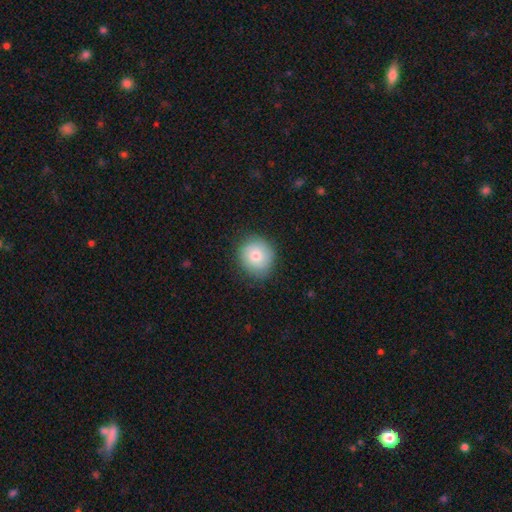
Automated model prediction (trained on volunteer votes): smooth-or-featured: smooth: 73% | featured or disk: 18% | star or artifact: 9%
  how-rounded: round: 86% | in between: 13% | cigar-shaped: 1%
  merging: none: 81% | minor disturbance: 14% | major disturbance: 3% | merger: 1%